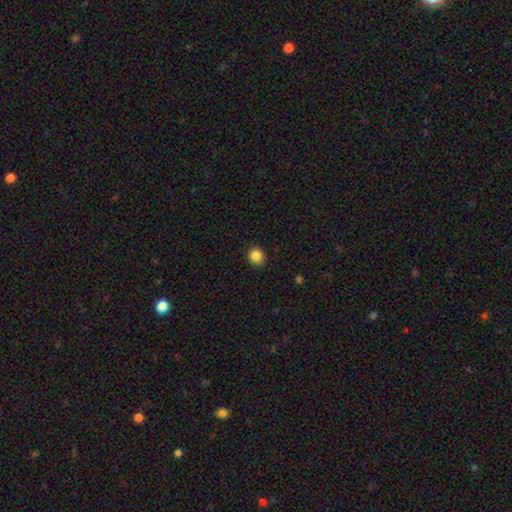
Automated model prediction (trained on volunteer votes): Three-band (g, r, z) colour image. It shows a smooth galaxy with no disk features (86%) that is round (85%). Merging: none (91%).